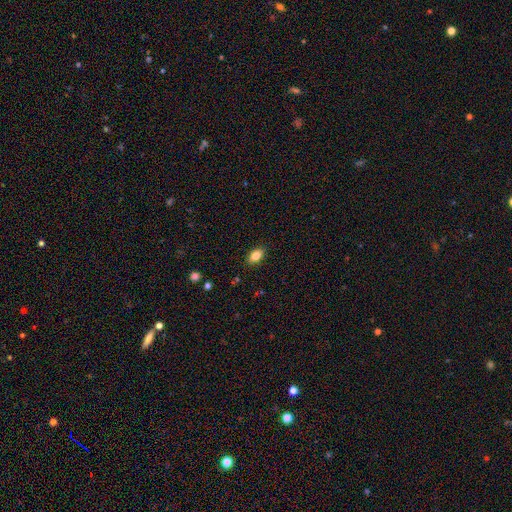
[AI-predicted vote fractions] Smooth or featured? Predicted: smooth (p=0.83). How rounded? Predicted: in between (p=0.89). Merging? Predicted: none (p=0.88).